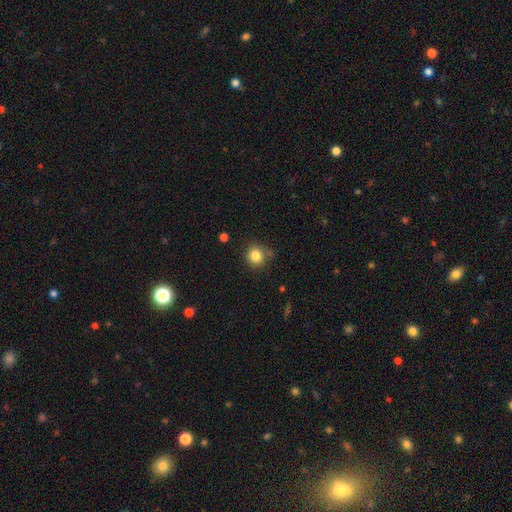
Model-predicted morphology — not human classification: Overall: smooth (84%). How rounded: round (88%). Merging: none (76%).